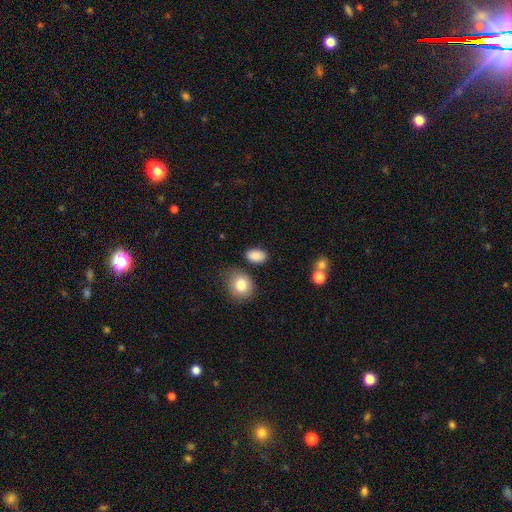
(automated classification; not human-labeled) Smooth or featured: smooth — 88% (star or artifact — 8%)
How rounded: in between — 85% (round — 14%)
Merging: none — 80% (minor disturbance — 12%)